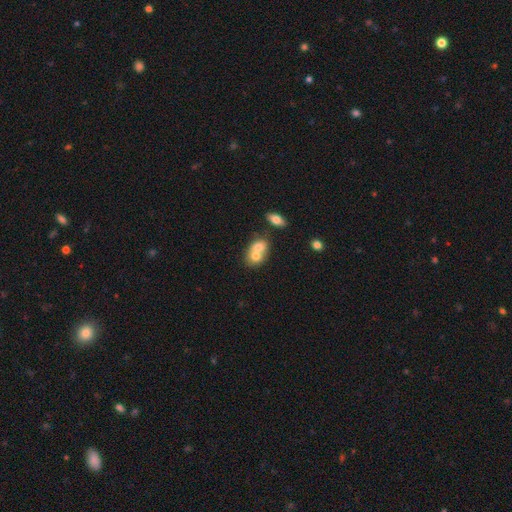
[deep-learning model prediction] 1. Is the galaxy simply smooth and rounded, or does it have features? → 68% smooth, 23% featured or disk, 9% star or artifact.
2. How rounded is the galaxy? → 52% in between, 47% round, 1% cigar-shaped.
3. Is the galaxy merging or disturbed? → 70% merger, 22% none, 6% minor disturbance, 3% major disturbance.